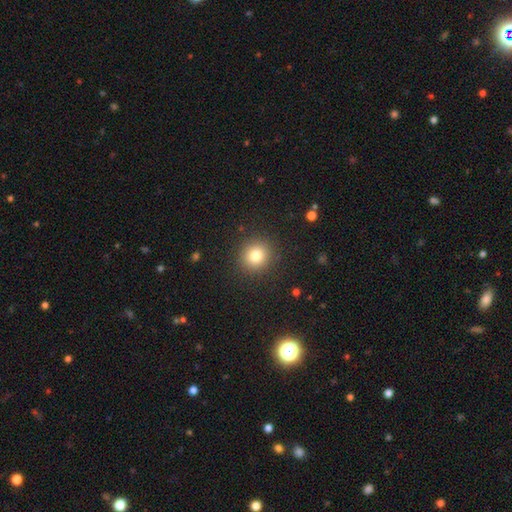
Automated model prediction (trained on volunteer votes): smooth_or_featured: smooth (p=0.80) [alt: star or artifact p=0.12]
how_rounded: round (p=0.90) [alt: in between p=0.09]
merging: none (p=0.90) [alt: minor disturbance p=0.06]